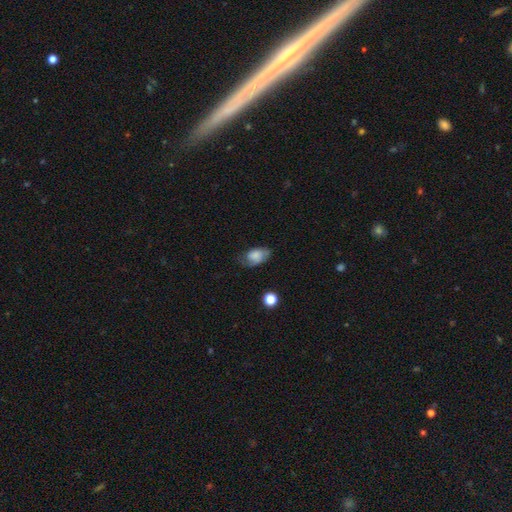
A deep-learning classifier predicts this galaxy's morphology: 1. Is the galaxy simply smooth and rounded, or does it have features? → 65% smooth, 26% featured or disk, 9% star or artifact.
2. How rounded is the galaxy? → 86% in between, 12% round, 2% cigar-shaped.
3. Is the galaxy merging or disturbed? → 55% none, 31% minor disturbance, 13% major disturbance, 2% merger.